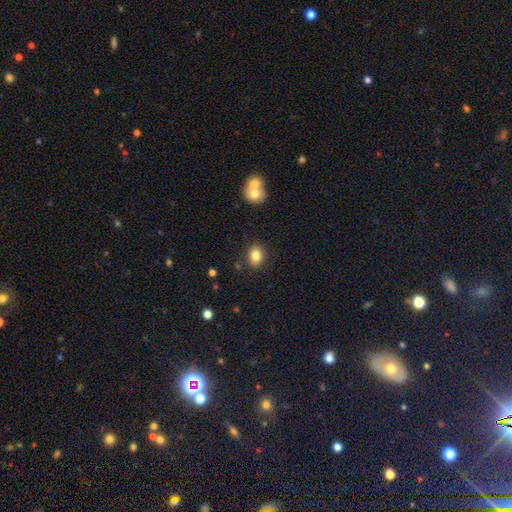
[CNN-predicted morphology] Overall: smooth (83%). How rounded: in between (61%; round 38%). Merging: none (84%).